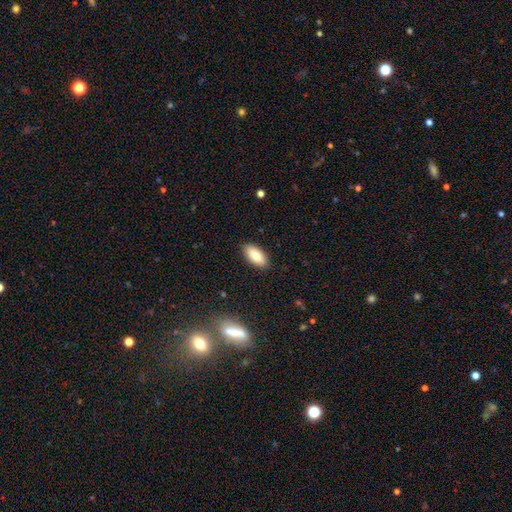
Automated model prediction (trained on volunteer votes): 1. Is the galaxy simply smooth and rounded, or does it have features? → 85% smooth, 8% featured or disk, 7% star or artifact.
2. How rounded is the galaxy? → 91% in between, 7% cigar-shaped, 2% round.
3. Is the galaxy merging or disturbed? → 88% none, 9% minor disturbance, 2% major disturbance, 1% merger.